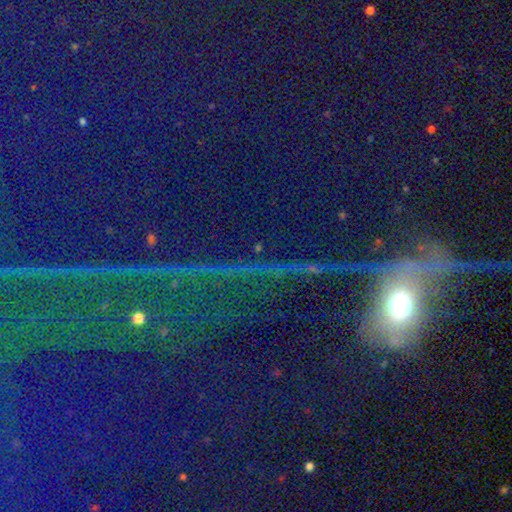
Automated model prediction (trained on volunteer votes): The model was most divided on "smooth or featured": star or artifact: 72%, smooth: 14%, featured or disk: 14%.